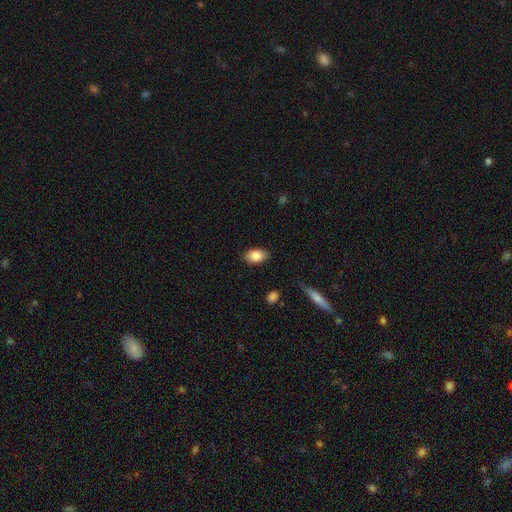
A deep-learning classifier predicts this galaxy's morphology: Smooth or featured? Predicted: smooth (p=0.86). How rounded? Predicted: in between (p=0.91). Merging? Predicted: none (p=0.84).